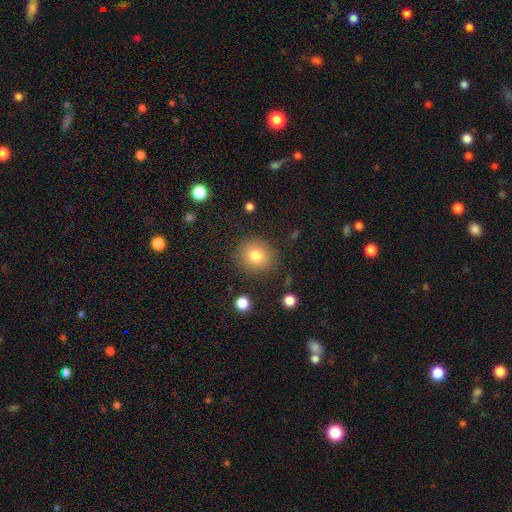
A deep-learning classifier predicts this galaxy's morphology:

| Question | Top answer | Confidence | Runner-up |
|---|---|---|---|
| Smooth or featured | smooth | 80% | star or artifact (11%) |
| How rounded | round | 82% | in between (18%) |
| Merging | none | 85% | minor disturbance (9%) |